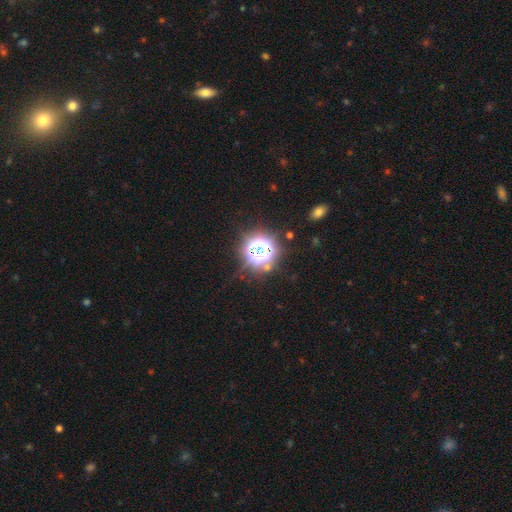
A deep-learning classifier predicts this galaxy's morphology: Overall: star or artifact (69%).